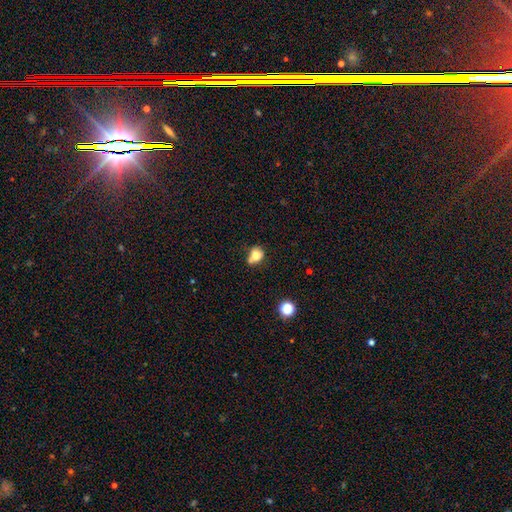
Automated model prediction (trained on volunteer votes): The model was most divided on "how rounded": round: 50%, in between: 49%, cigar-shaped: 1%. Remaining: smooth or featured — smooth (78%); merging — none (42%).